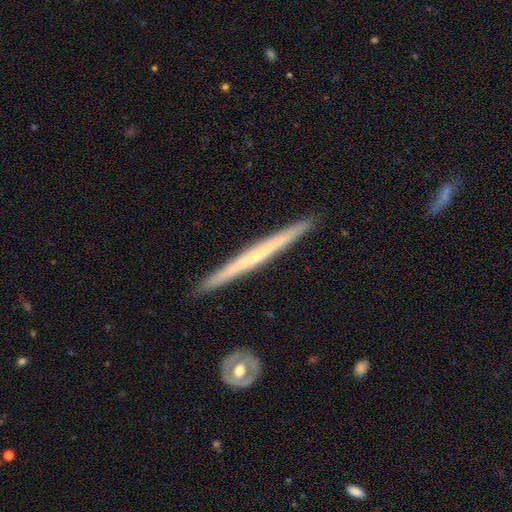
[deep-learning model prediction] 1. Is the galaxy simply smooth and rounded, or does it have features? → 60% featured or disk, 34% smooth, 5% star or artifact.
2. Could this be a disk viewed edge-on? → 97% yes, 3% no.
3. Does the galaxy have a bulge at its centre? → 84% none, 12% rounded, 4% boxy.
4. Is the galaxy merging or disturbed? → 92% none, 6% minor disturbance, 1% merger, 1% major disturbance.